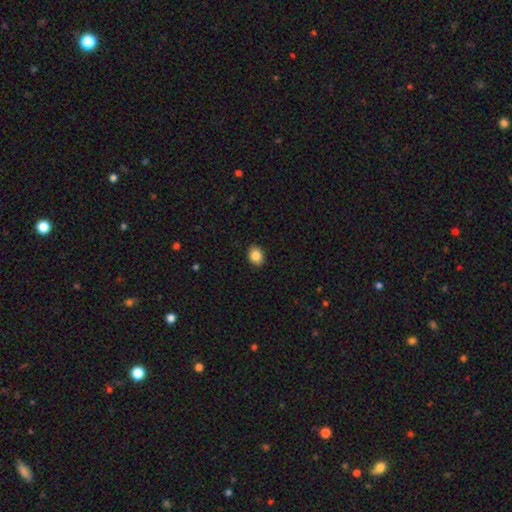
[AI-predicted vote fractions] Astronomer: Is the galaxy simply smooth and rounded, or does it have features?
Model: smooth — 85%.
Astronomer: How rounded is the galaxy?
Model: in between — 59% (runner-up: round, 40%).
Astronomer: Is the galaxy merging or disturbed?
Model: none — 90%.